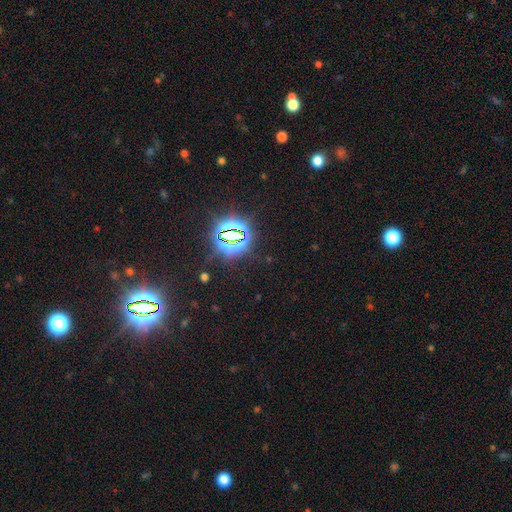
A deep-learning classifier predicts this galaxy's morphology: Smooth or featured: star or artifact — 81% (smooth — 11%)